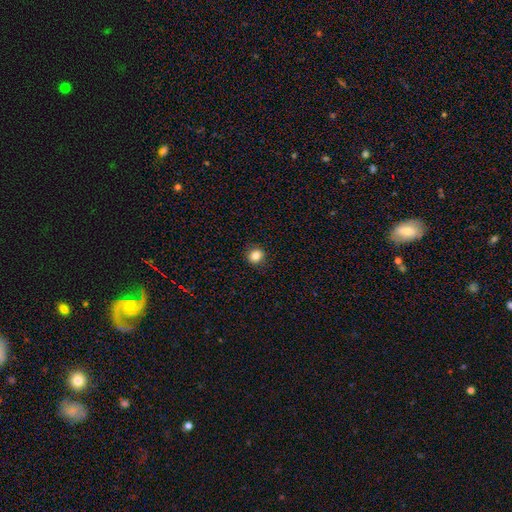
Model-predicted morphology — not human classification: Smooth or featured?
  - smooth: 84% *
  - star or artifact: 11%
  - featured or disk: 5%
How rounded?
  - round: 86% *
  - in between: 13%
  - cigar-shaped: 1%
Merging?
  - none: 91% *
  - minor disturbance: 7%
  - major disturbance: 2%
  - merger: 1%